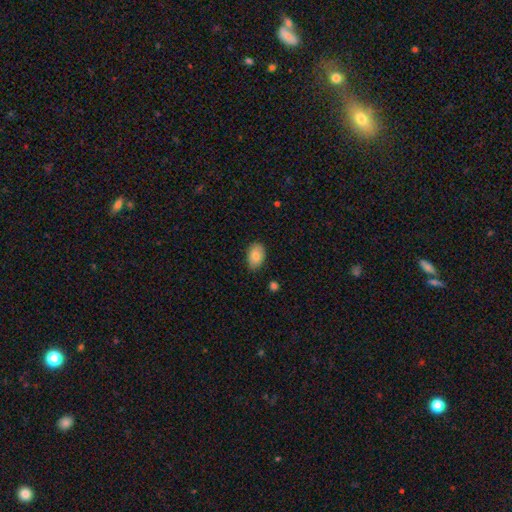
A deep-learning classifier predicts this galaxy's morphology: A smooth galaxy with no disk features (84%) that is in between round and cigar-shaped (87%).

Vote fractions:
- Smooth or featured? smooth: 84% / featured or disk: 9% / star or artifact: 7%
- How rounded? in between: 87% / round: 12% / cigar-shaped: 1%
- Merging? none: 81% / minor disturbance: 15% / major disturbance: 2% / merger: 1%